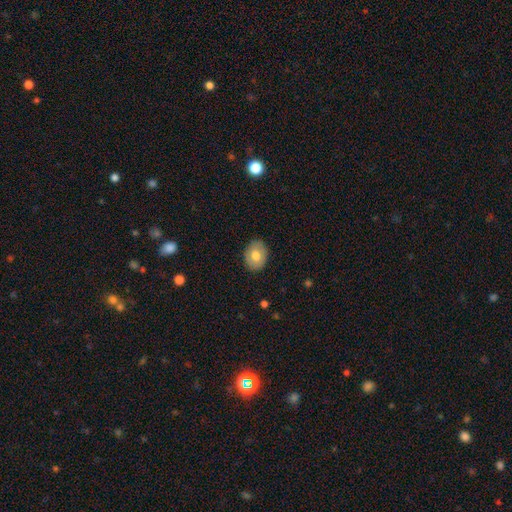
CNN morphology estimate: A smooth galaxy with no disk features (72%) that is in between round and cigar-shaped (66%).

Vote fractions:
- Smooth or featured? smooth: 72% / featured or disk: 21% / star or artifact: 7%
- How rounded? in between: 66% / round: 33% / cigar-shaped: 1%
- Merging? none: 87% / minor disturbance: 10% / major disturbance: 2% / merger: 1%